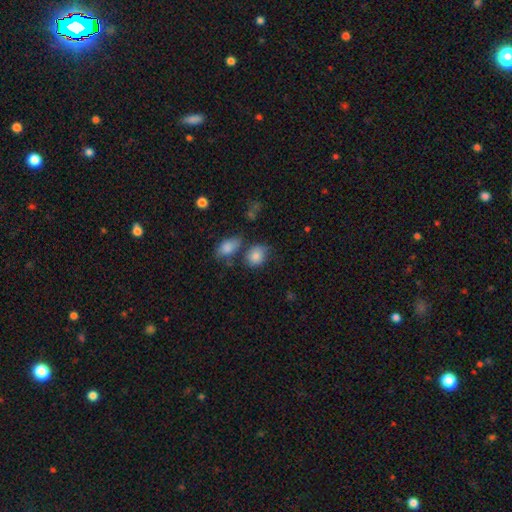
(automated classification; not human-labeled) Smooth or featured? smooth (82%)
How rounded? round (56%)
Merging? none (57%)